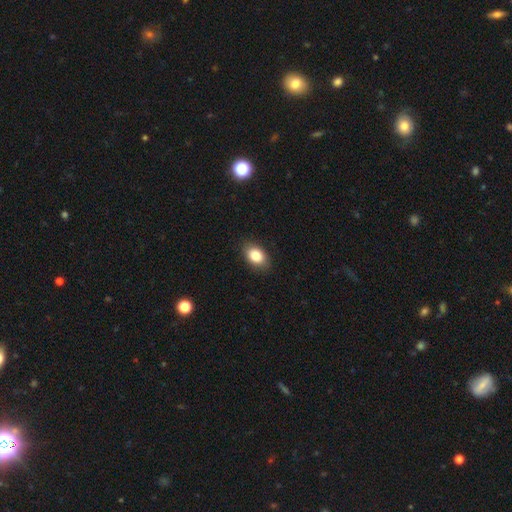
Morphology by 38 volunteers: smooth-or-featured: smooth: 87% | star or artifact: 11% | featured or disk: 3%
  how-rounded: in between: 97% | cigar-shaped: 3% | round: 0%
  merging: none: 94% | minor disturbance: 3% | major disturbance: 3% | merger: 0%